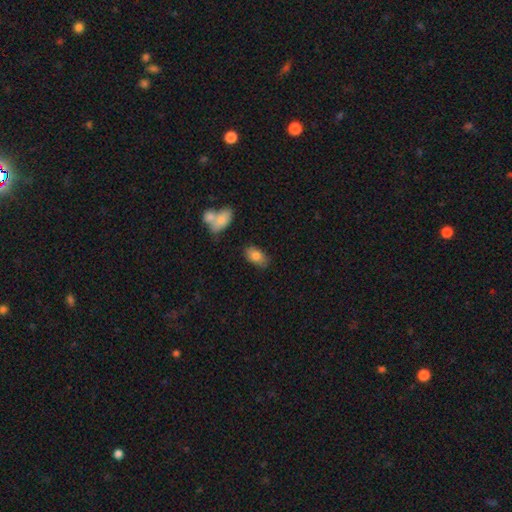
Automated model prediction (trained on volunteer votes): Overall: smooth (82%). How rounded: in between (90%). Merging: none (75%).